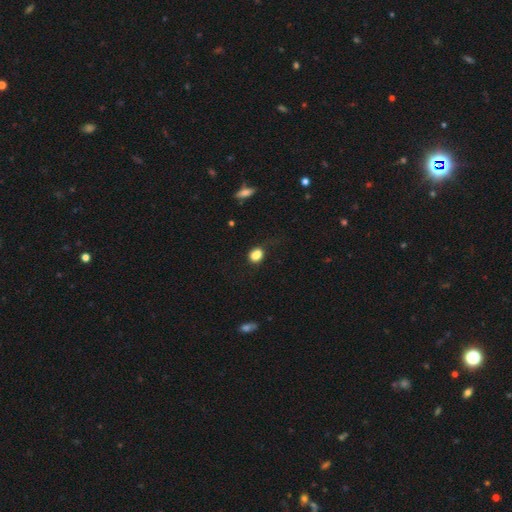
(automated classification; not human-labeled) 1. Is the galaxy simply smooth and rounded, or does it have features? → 84% smooth, 10% star or artifact, 5% featured or disk.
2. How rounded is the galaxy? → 53% round, 46% in between, 2% cigar-shaped.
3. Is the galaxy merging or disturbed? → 61% none, 24% minor disturbance, 11% major disturbance, 5% merger.